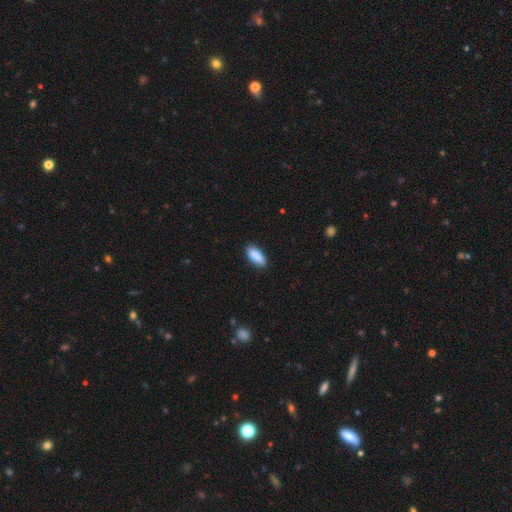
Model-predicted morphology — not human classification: type=smooth (90%); roundness=in between (87%); merging=none (87%).